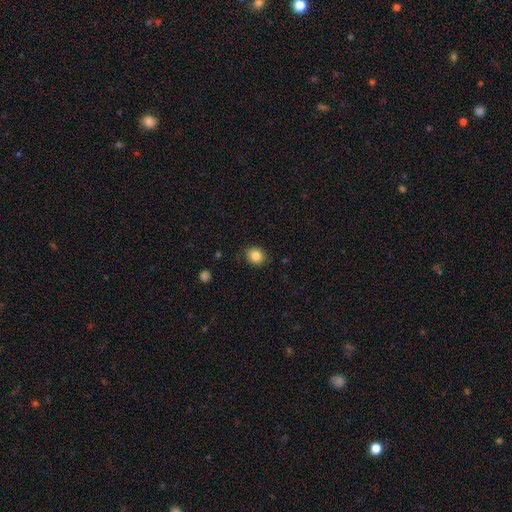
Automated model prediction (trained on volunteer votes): Smooth or featured?
  - smooth: 84% *
  - star or artifact: 10%
  - featured or disk: 6%
How rounded?
  - round: 70% *
  - in between: 30%
  - cigar-shaped: 1%
Merging?
  - none: 88% *
  - minor disturbance: 9%
  - major disturbance: 2%
  - merger: 1%